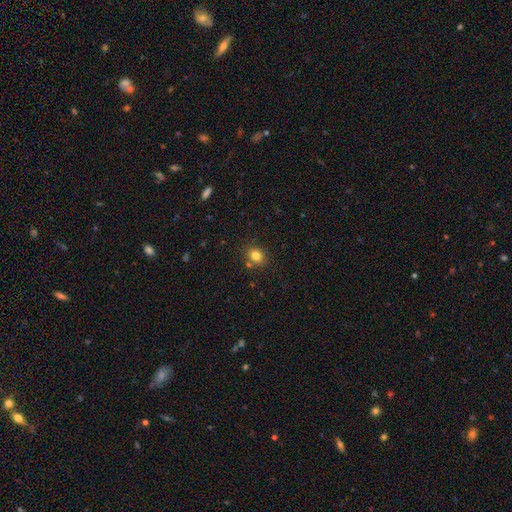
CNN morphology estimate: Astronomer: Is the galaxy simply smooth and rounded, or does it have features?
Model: smooth — 81%.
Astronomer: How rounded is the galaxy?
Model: round — 50% (runner-up: in between, 49%).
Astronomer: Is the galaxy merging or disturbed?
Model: none — 77%.